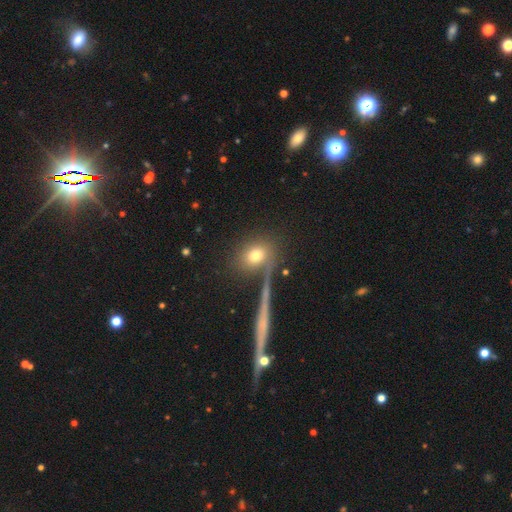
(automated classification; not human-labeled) Overall: smooth (72%). How rounded: round (61%; in between 32%). Merging: none (74%).